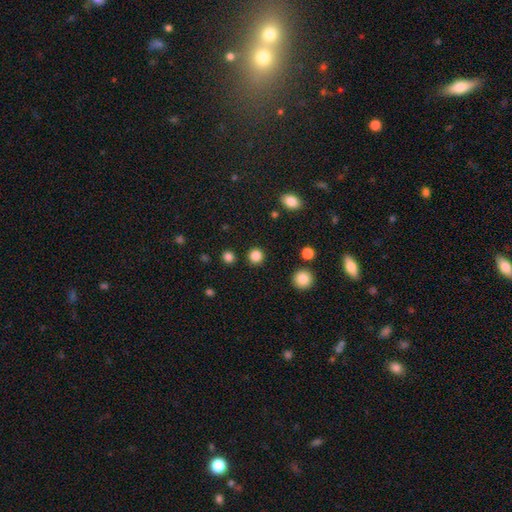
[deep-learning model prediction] Smooth or featured? smooth (84%)
How rounded? round (94%)
Merging? none (91%)